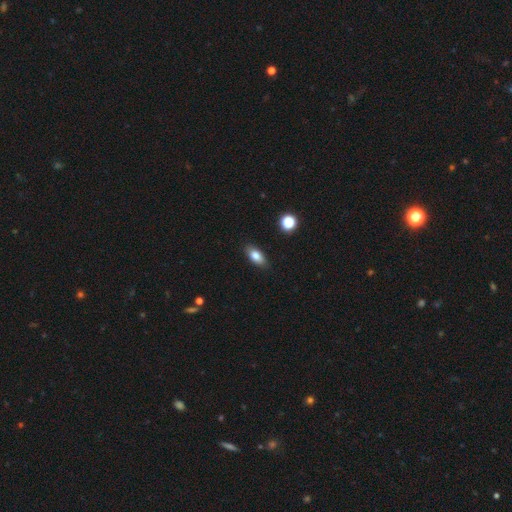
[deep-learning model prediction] A smooth galaxy with no disk features (81%) that is in between round and cigar-shaped (86%).

Vote fractions:
- Smooth or featured? smooth: 81% / featured or disk: 11% / star or artifact: 8%
- How rounded? in between: 86% / cigar-shaped: 10% / round: 5%
- Merging? none: 86% / minor disturbance: 10% / major disturbance: 2% / merger: 1%